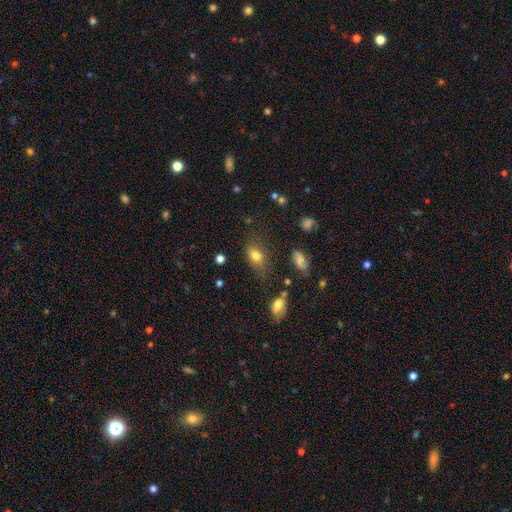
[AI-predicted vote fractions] Q: Smooth or featured?
A: smooth (76%); runner-up: star or artifact (12%)
Q: How rounded?
A: in between (80%); runner-up: round (17%)
Q: Merging?
A: none (65%); runner-up: minor disturbance (22%)